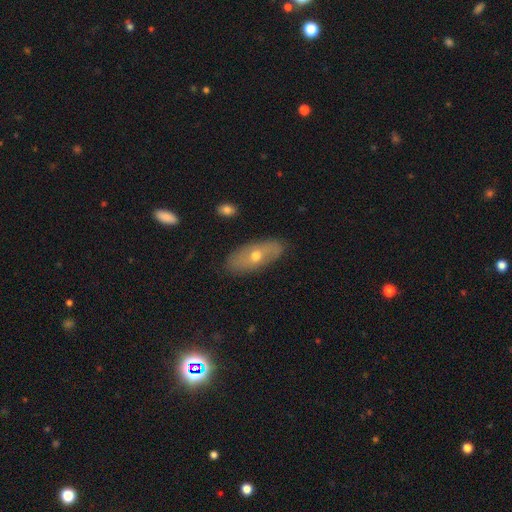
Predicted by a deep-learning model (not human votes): This is possibly a featured or disk galaxy (47%). Merging: clearly none (84%).